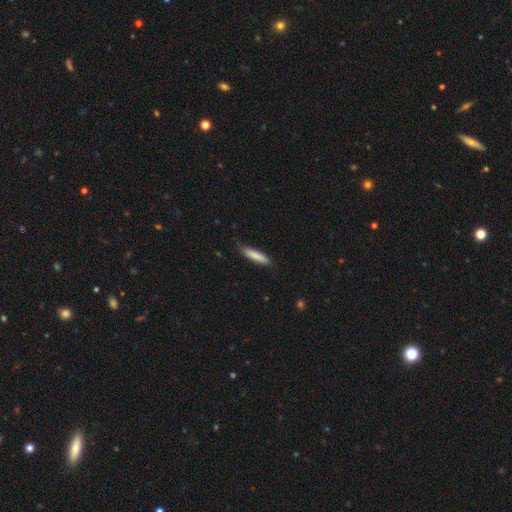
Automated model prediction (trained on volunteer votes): smooth_or_featured: smooth (p=0.83) [alt: featured or disk p=0.12]
how_rounded: cigar-shaped (p=0.85) [alt: in between p=0.14]
merging: none (p=0.80) [alt: minor disturbance p=0.16]